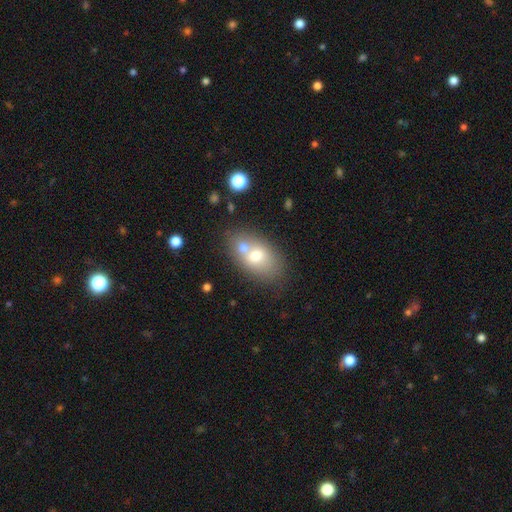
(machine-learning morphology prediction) Q: Smooth or featured?
A: smooth (64%); runner-up: featured or disk (25%)
Q: How rounded?
A: in between (82%); runner-up: round (17%)
Q: Merging?
A: none (44%); runner-up: merger (41%)